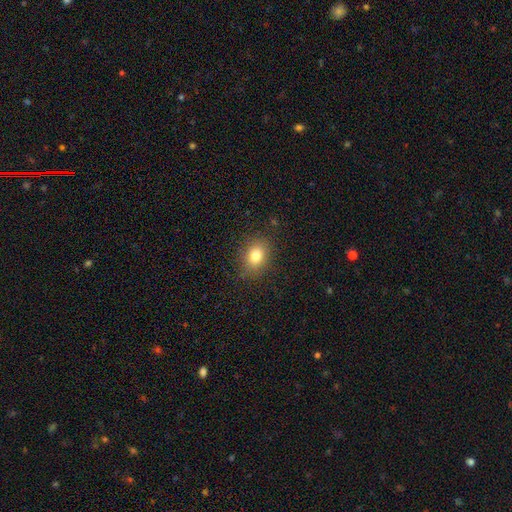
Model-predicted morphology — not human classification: smooth_or_featured: smooth (p=0.81) [alt: star or artifact p=0.11]
how_rounded: in between (p=0.64) [alt: round p=0.35]
merging: none (p=0.85) [alt: minor disturbance p=0.11]